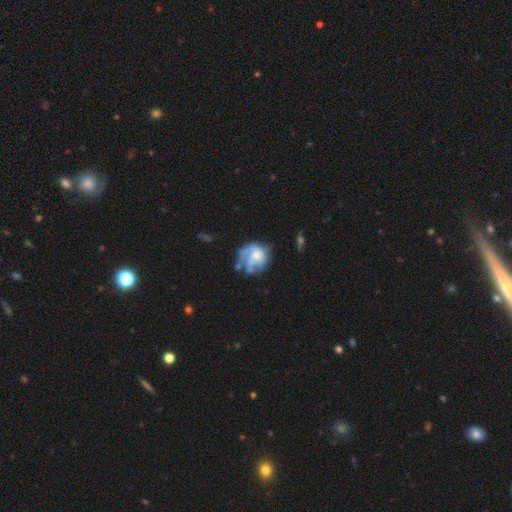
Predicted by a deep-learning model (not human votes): A featured or disk galaxy (66%) with no bar (76%), spiral arms (75%) and a moderate central bulge (46%).

Vote fractions:
- Smooth or featured? featured or disk: 66% / smooth: 27% / star or artifact: 7%
- Edge-on disk? no: 98% / yes: 2%
- Bar? no: 76% / weak: 20% / strong: 3%
- Spiral arms? yes: 75% / no: 25%
- Bulge size? moderate: 46% / small: 41% / none: 7% / large: 5% / dominant: 1%
- Merging? none: 40% / major disturbance: 27% / minor disturbance: 24% / merger: 9%